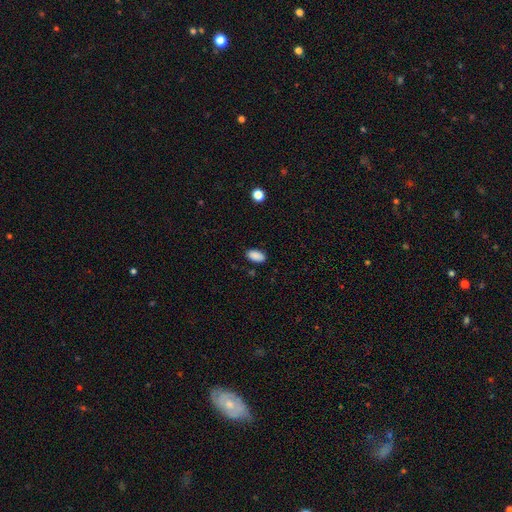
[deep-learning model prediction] smooth 89%, star or artifact 8%, featured or disk 3%. Down the decision tree: how rounded — in between (93%); merging — none (86%).